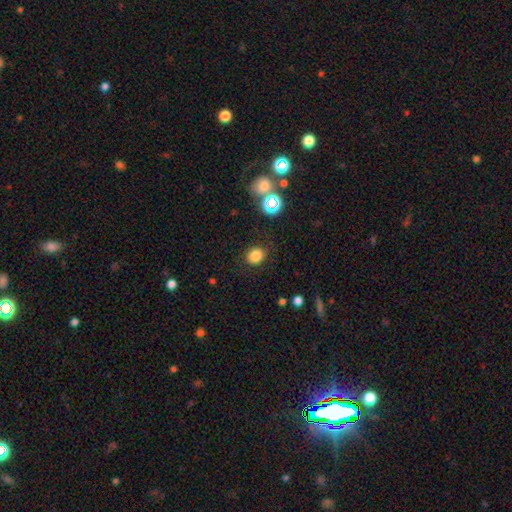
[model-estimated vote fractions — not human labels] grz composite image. It shows a smooth galaxy with no disk features (80%) that is round (68%). Merging: none (84%).